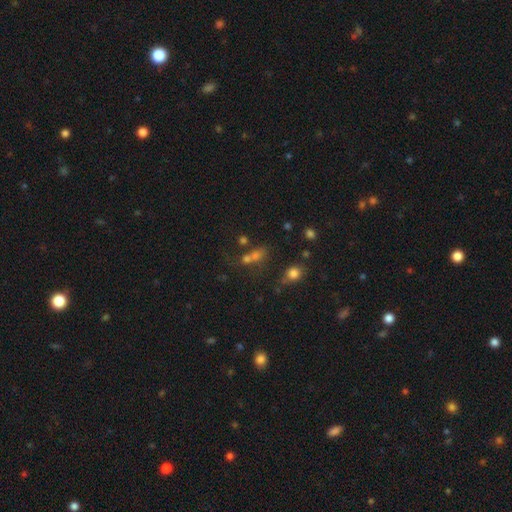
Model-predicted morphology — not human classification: smooth-or-featured: smooth: 56% | star or artifact: 30% | featured or disk: 14%
  how-rounded: in between: 51% | round: 42% | cigar-shaped: 7%
  merging: merger: 42% | none: 39% | minor disturbance: 11% | major disturbance: 8%